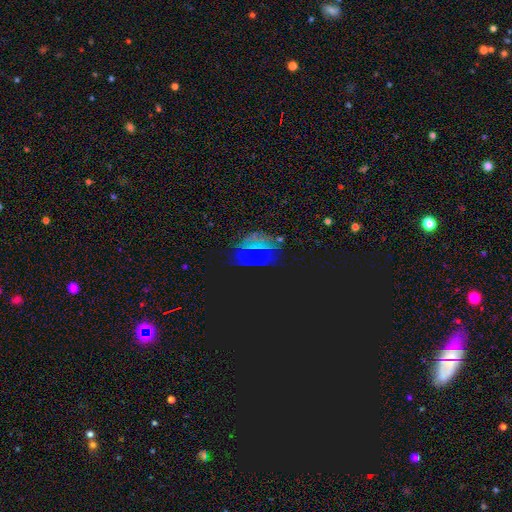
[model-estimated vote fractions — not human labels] Q: Smooth or featured?
A: star or artifact (56%); runner-up: smooth (25%)